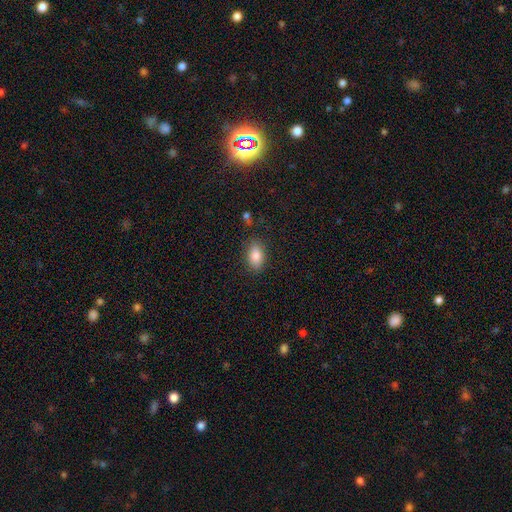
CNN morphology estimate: This is clearly a smooth galaxy (83%). How rounded: clearly in between (88%). Merging: clearly none (83%).